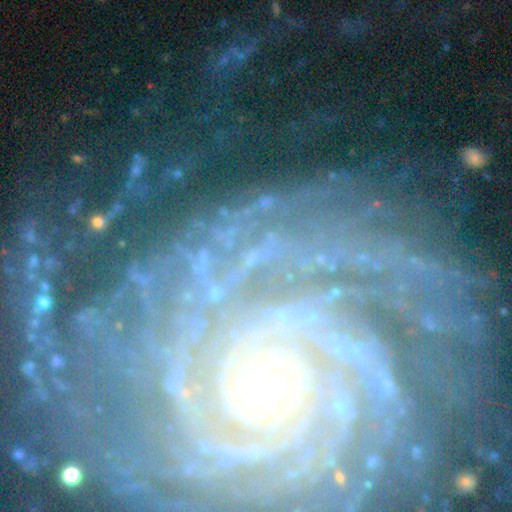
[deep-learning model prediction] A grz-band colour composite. It shows a featured or disk galaxy (78%) with no bar (70%), tight (78%) spiral arms (95%) and a small central bulge (67%). Merging: none (69%).